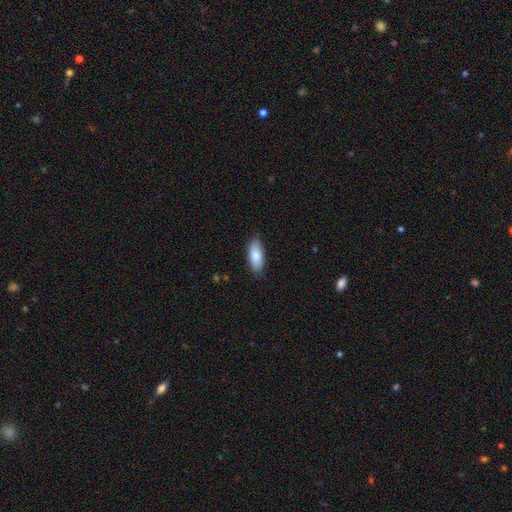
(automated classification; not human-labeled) smooth 87%, featured or disk 7%, star or artifact 6%. Down the decision tree: how rounded — in between (83%); merging — none (86%).